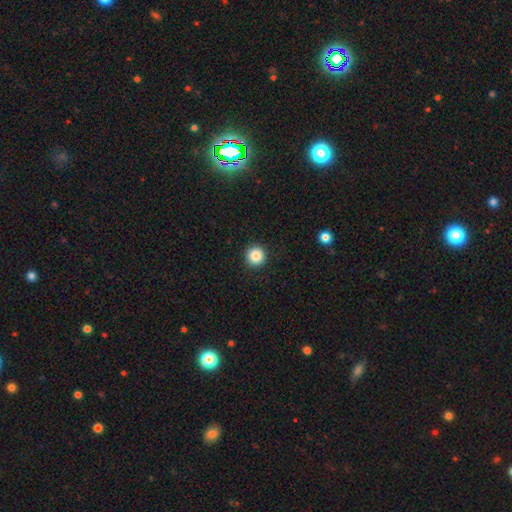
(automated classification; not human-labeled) smooth_or_featured: smooth (p=0.86) [alt: star or artifact p=0.10]
how_rounded: round (p=0.96) [alt: in between p=0.03]
merging: none (p=0.93) [alt: minor disturbance p=0.04]